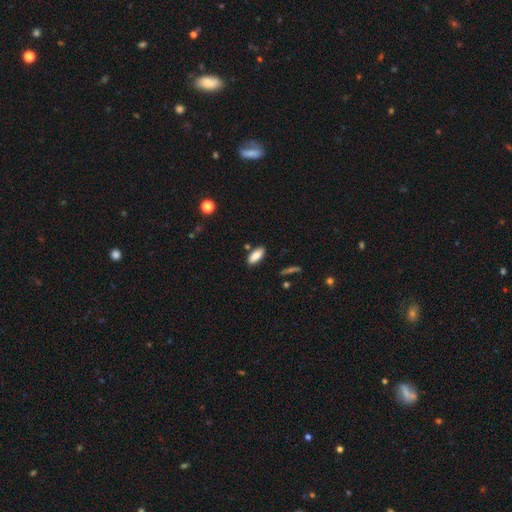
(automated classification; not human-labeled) Q: Smooth or featured?
A: smooth (86%); runner-up: star or artifact (7%)
Q: How rounded?
A: in between (81%); runner-up: cigar-shaped (17%)
Q: Merging?
A: none (85%); runner-up: minor disturbance (10%)